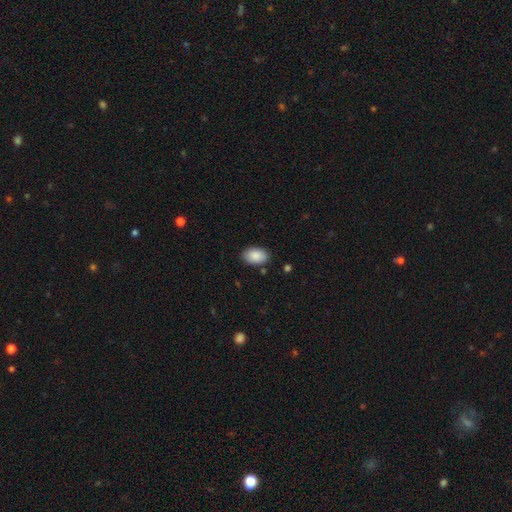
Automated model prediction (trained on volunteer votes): Q: Smooth or featured?
A: smooth (89%); runner-up: star or artifact (6%)
Q: How rounded?
A: in between (90%); runner-up: round (9%)
Q: Merging?
A: none (86%); runner-up: minor disturbance (10%)